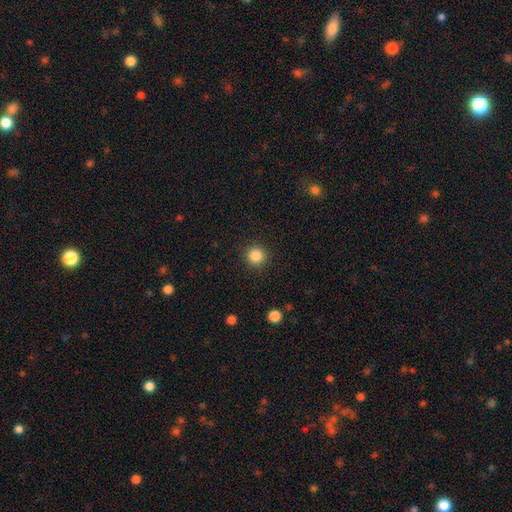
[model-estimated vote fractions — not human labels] Smooth or featured? Predicted: smooth (p=0.85). How rounded? Predicted: round (p=0.93). Merging? Predicted: none (p=0.91).